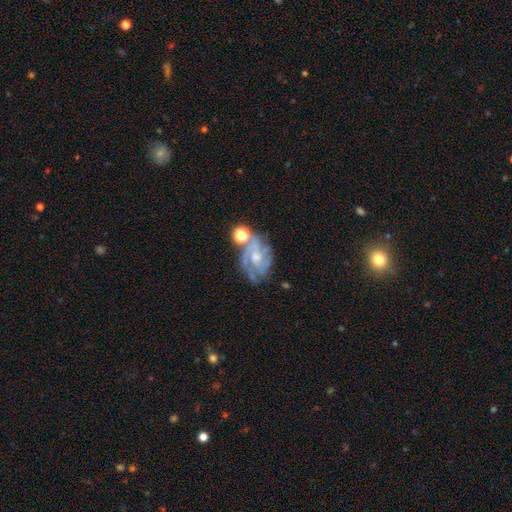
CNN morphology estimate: This appears to be a featured or disk galaxy (79%) with no bar (64%), 3 (31%) tight (49%) spiral arms (91%) and a small central bulge (45%). Merging: none (53%).